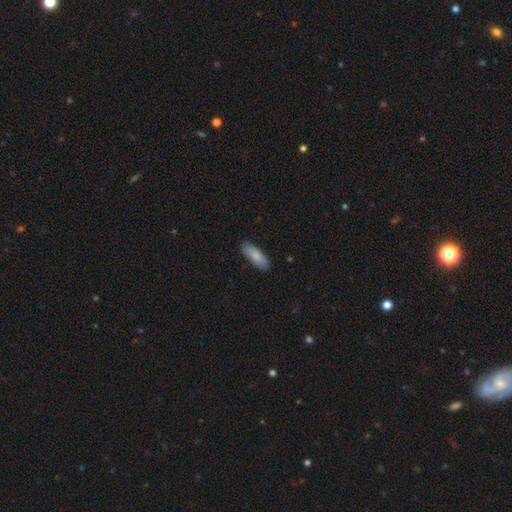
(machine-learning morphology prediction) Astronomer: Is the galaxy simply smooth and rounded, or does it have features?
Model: smooth — 85%.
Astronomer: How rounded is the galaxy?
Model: in between — 63%.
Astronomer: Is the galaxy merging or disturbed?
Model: none — 86%.